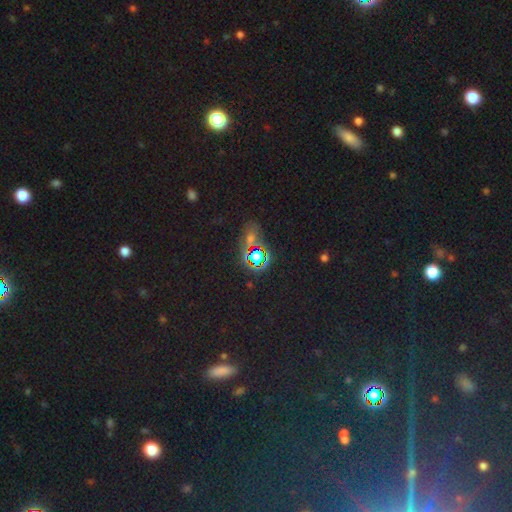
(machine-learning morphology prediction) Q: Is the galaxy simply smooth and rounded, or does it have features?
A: star or artifact — 67%.